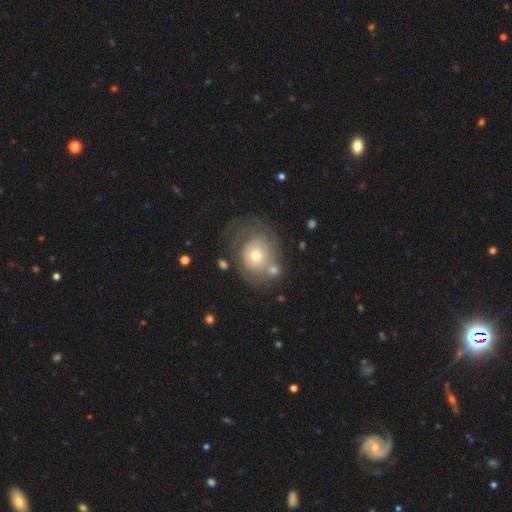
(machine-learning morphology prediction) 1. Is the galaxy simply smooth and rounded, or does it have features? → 55% featured or disk, 37% smooth, 8% star or artifact.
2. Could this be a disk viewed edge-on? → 96% no, 4% yes.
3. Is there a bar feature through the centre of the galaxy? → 86% no, 11% weak, 2% strong.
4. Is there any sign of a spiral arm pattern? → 57% yes, 43% no.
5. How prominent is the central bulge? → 58% moderate, 33% small, 6% large, 1% dominant, 1% none.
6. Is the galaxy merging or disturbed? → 47% none, 22% minor disturbance, 20% major disturbance, 11% merger.